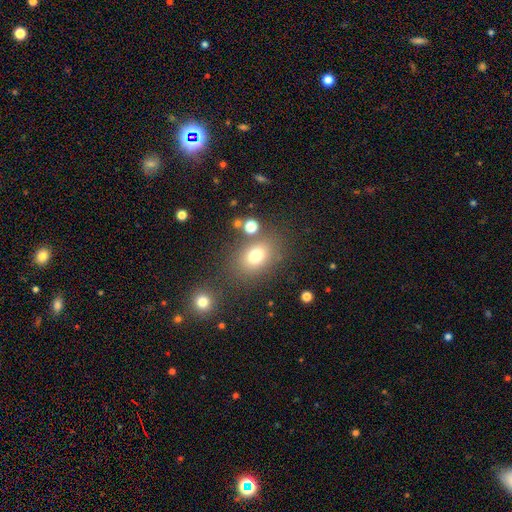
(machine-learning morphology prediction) A smooth galaxy with no disk features (75%) that is in between round and cigar-shaped (63%). Merging: none (73%).